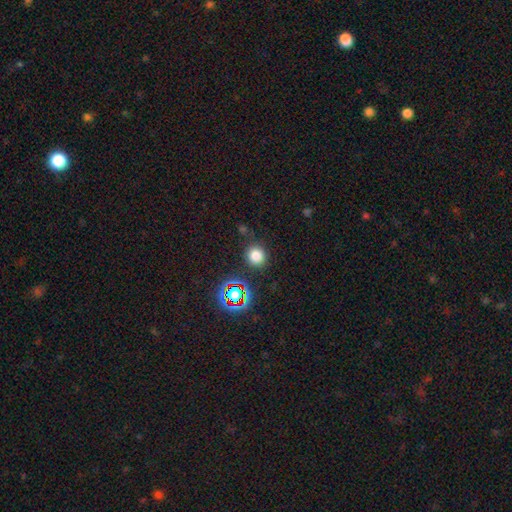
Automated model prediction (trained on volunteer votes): Morphology: type=smooth (76%); roundness=round (85%); merging=none (83%).